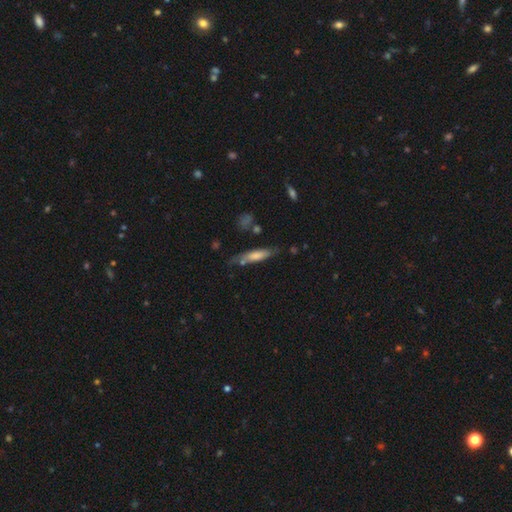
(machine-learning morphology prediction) smooth-or-featured: smooth: 66% | featured or disk: 27% | star or artifact: 7%
  how-rounded: cigar-shaped: 71% | in between: 27% | round: 2%
  merging: none: 61% | minor disturbance: 24% | major disturbance: 7% | merger: 7%